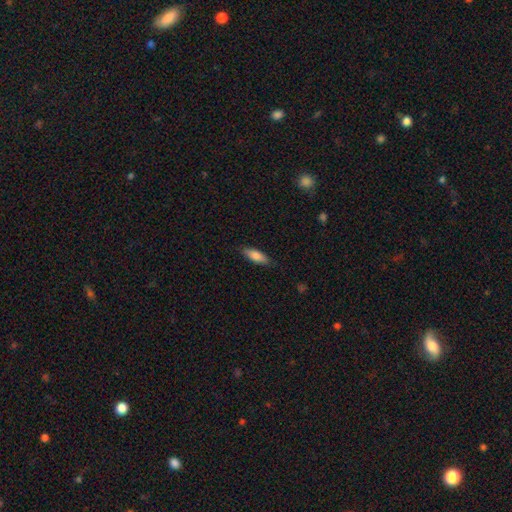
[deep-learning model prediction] smooth_or_featured: smooth (p=0.81) [alt: featured or disk p=0.13]
how_rounded: in between (p=0.61) [alt: cigar-shaped p=0.38]
merging: none (p=0.86) [alt: minor disturbance p=0.11]